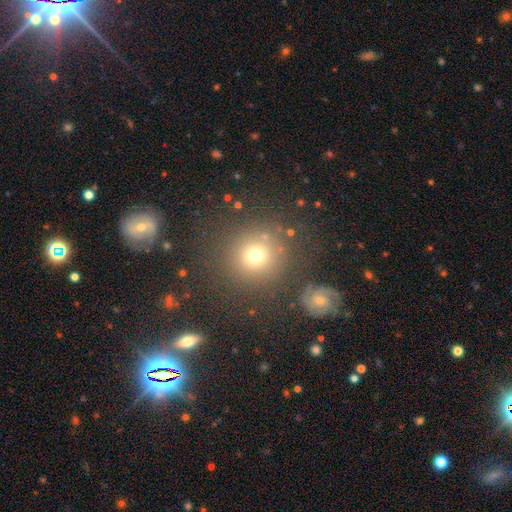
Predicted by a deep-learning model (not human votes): Smooth or featured: smooth — 71% (star or artifact — 16%)
How rounded: round — 90% (in between — 9%)
Merging: none — 80% (minor disturbance — 9%)